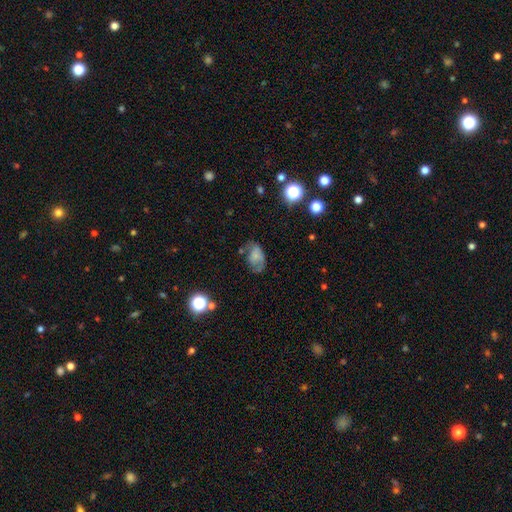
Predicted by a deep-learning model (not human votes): A smooth galaxy with no disk features (57%) that is in between round and cigar-shaped (86%).

Vote fractions:
- Smooth or featured? smooth: 57% / featured or disk: 31% / star or artifact: 13%
- How rounded? in between: 86% / round: 13% / cigar-shaped: 2%
- Merging? none: 45% / minor disturbance: 31% / major disturbance: 20% / merger: 4%